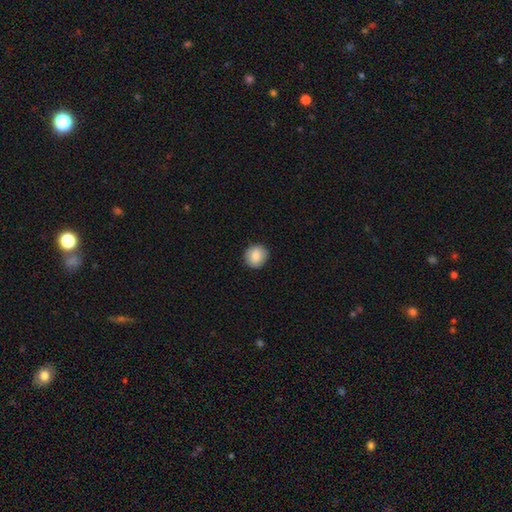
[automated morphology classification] The model was most divided on "smooth or featured": smooth: 87%, star or artifact: 8%, featured or disk: 6%. More confident: merging — none (90%); how rounded — round (90%).